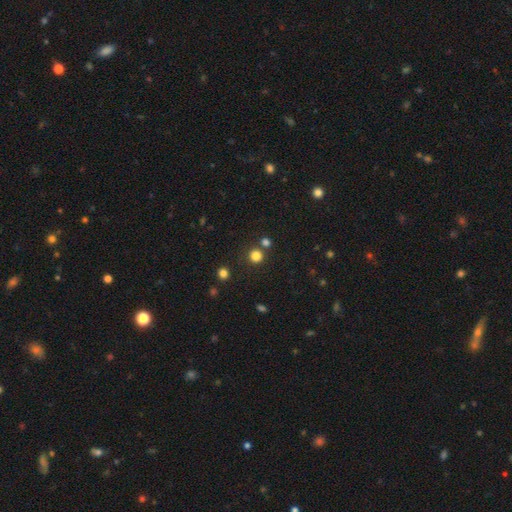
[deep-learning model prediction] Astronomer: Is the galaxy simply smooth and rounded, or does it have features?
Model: smooth — 80%.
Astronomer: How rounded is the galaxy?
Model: round — 92%.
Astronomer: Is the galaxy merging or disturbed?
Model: none — 78%.